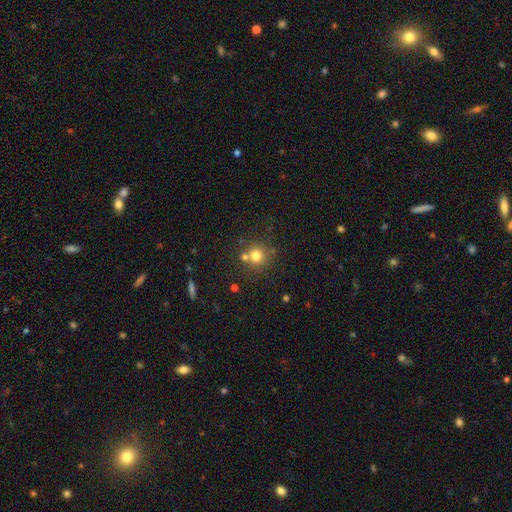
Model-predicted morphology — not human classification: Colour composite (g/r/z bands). It shows a smooth galaxy with no disk features (76%) that is round (92%). Merging: none (68%).